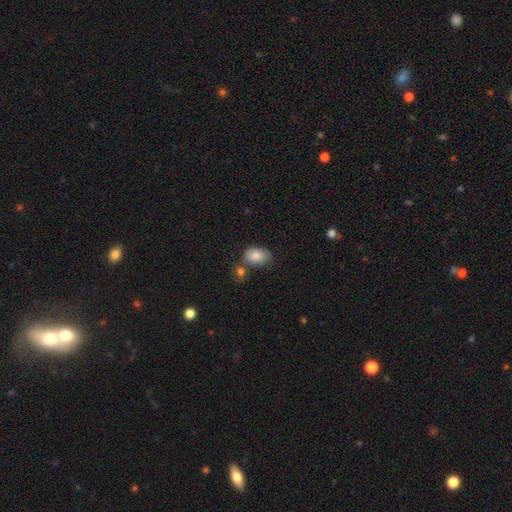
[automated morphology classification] Smooth or featured? smooth (82%)
How rounded? in between (82%)
Merging? none (54%)